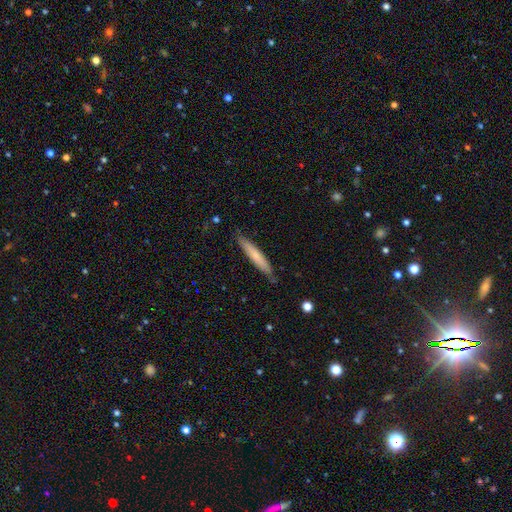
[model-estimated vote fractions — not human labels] This appears to be a smooth galaxy with no disk features (65%) that is cigar-shaped (93%). Merging: none (84%).